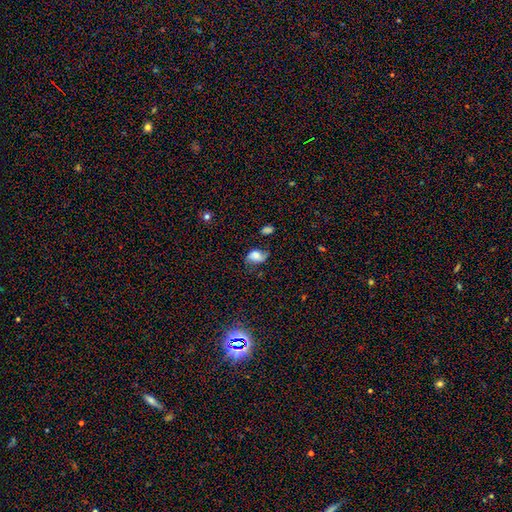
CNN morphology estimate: smooth_or_featured: smooth (p=0.58) [alt: featured or disk p=0.31]
how_rounded: in between (p=0.83) [alt: round p=0.16]
merging: none (p=0.53) [alt: minor disturbance p=0.31]